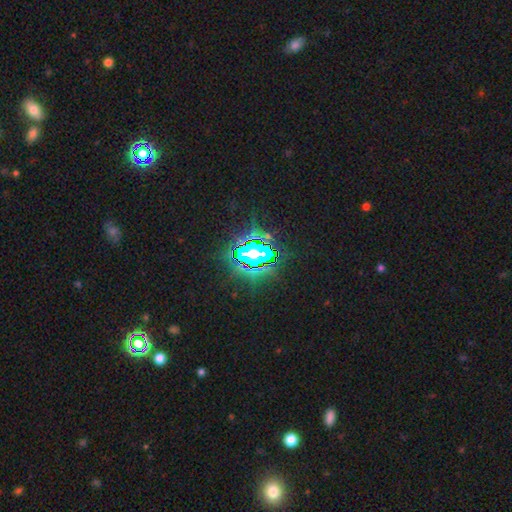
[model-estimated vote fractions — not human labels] star or artifact 81%, smooth 11%, featured or disk 8%.